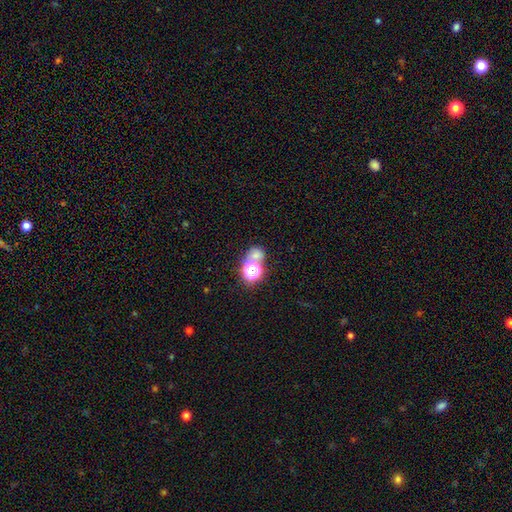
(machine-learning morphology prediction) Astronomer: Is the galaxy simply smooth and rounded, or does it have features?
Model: smooth — 57% (runner-up: star or artifact, 34%).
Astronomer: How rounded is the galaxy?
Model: round — 72%.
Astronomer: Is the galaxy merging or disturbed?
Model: none — 51% (runner-up: merger, 34%).